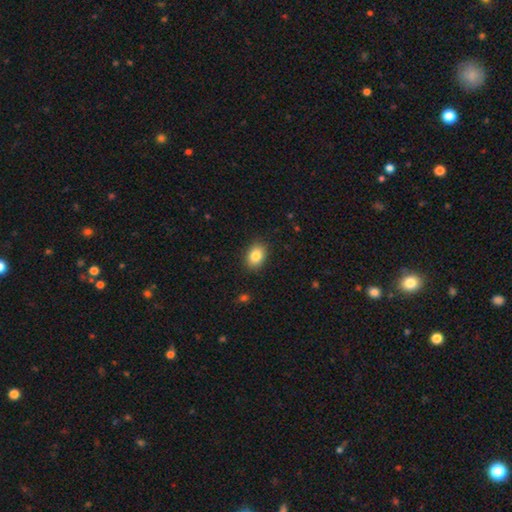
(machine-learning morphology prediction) Smooth or featured?
  - smooth: 85% *
  - star or artifact: 8%
  - featured or disk: 7%
How rounded?
  - in between: 74% *
  - round: 25%
  - cigar-shaped: 1%
Merging?
  - none: 87% *
  - minor disturbance: 9%
  - major disturbance: 2%
  - merger: 1%